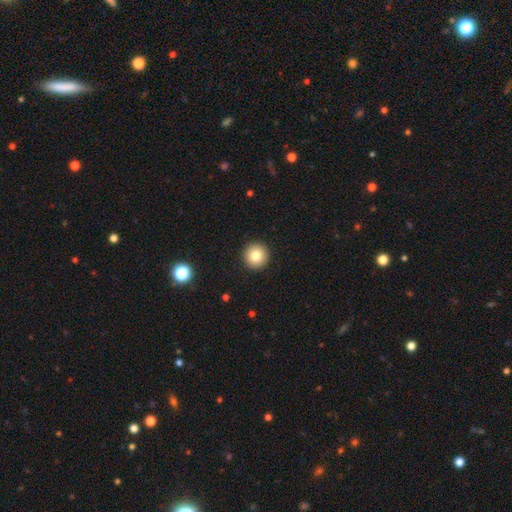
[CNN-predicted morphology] Smooth or featured? smooth (80%)
How rounded? round (96%)
Merging? none (93%)